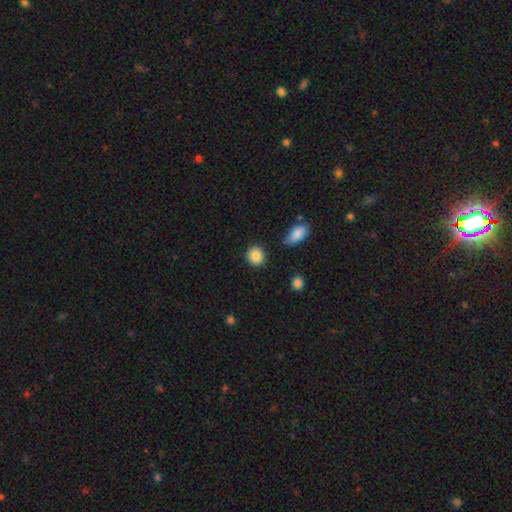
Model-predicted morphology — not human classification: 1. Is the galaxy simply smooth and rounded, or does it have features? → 88% smooth, 8% star or artifact, 4% featured or disk.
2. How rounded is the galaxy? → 87% round, 12% in between, 1% cigar-shaped.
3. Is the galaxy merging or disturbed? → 86% none, 8% minor disturbance, 3% merger, 3% major disturbance.